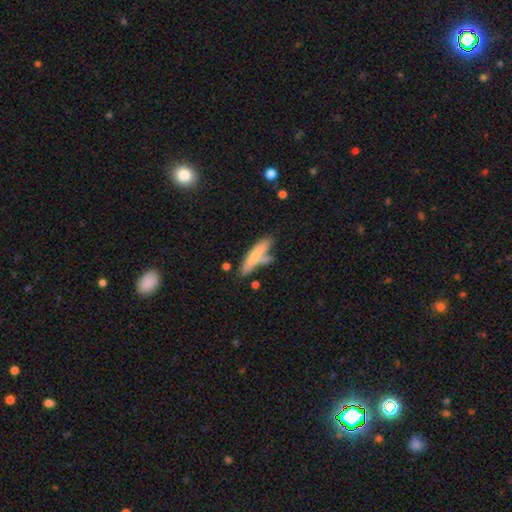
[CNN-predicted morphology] A smooth galaxy with no disk features (70%) that is cigar-shaped (83%).

Vote fractions:
- Smooth or featured? smooth: 70% / featured or disk: 23% / star or artifact: 7%
- How rounded? cigar-shaped: 83% / in between: 16% / round: 2%
- Merging? none: 57% / merger: 19% / minor disturbance: 18% / major disturbance: 6%